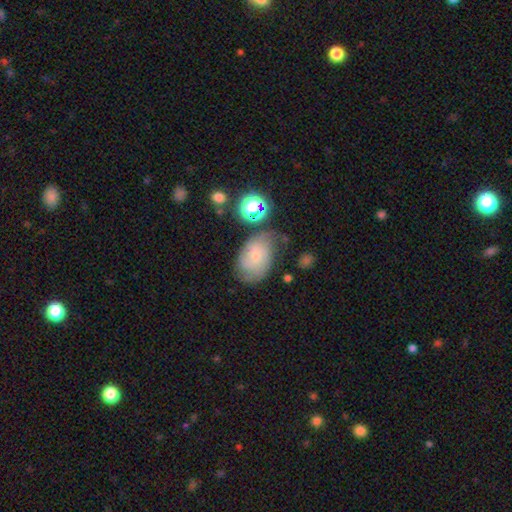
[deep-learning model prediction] Smooth or featured?
  - smooth: 48% *
  - featured or disk: 39%
  - star or artifact: 13%
Merging?
  - none: 54% *
  - minor disturbance: 27%
  - major disturbance: 12%
  - merger: 6%